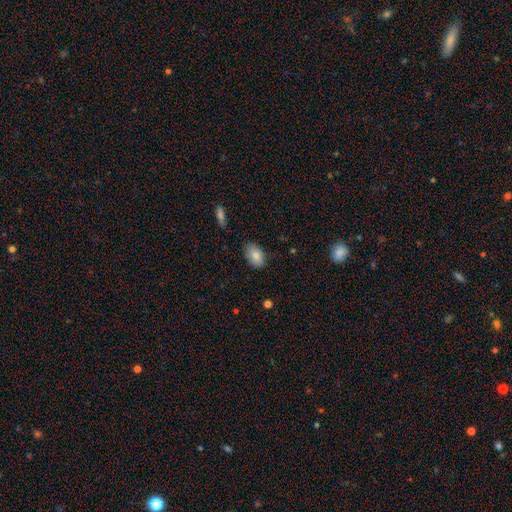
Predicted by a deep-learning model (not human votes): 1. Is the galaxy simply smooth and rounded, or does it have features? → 83% smooth, 10% featured or disk, 7% star or artifact.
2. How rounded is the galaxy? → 92% in between, 7% round, 2% cigar-shaped.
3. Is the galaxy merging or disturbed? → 82% none, 14% minor disturbance, 3% major disturbance, 1% merger.